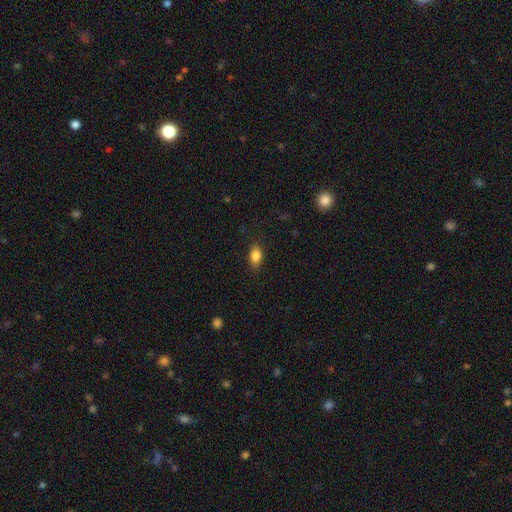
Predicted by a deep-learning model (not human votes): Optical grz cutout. It shows a smooth galaxy with no disk features (85%) that is in between round and cigar-shaped (84%). Merging: none (82%).